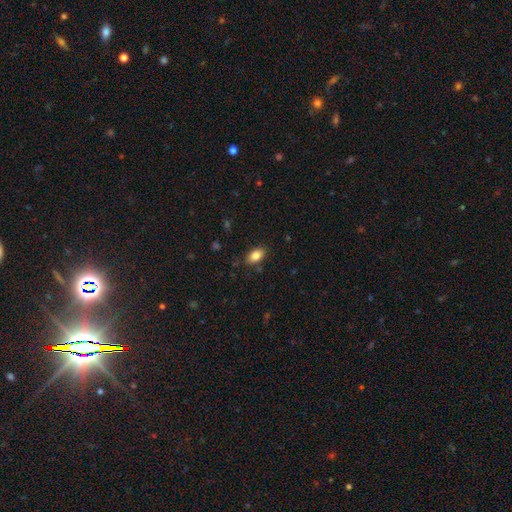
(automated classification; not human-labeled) Morphology: type=smooth (85%); roundness=in between (91%); merging=none (85%).